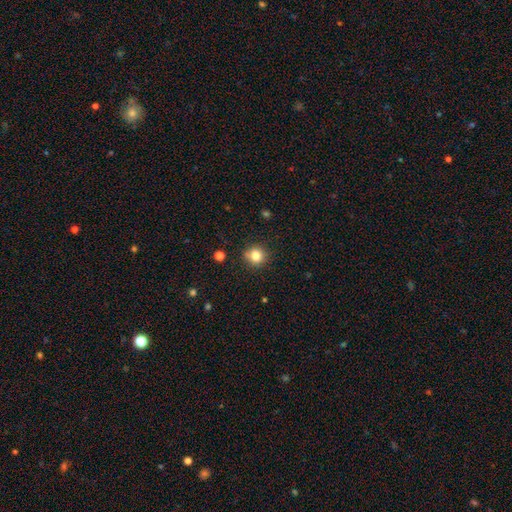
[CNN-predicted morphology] Q: Smooth or featured?
A: smooth (80%); runner-up: star or artifact (12%)
Q: How rounded?
A: round (91%); runner-up: in between (8%)
Q: Merging?
A: none (87%); runner-up: minor disturbance (9%)